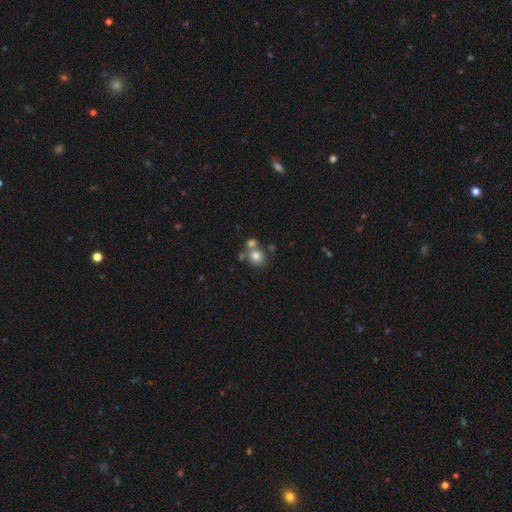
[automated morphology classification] Overall: smooth (79%). How rounded: round (75%). Merging: none (54%; merger 33%).